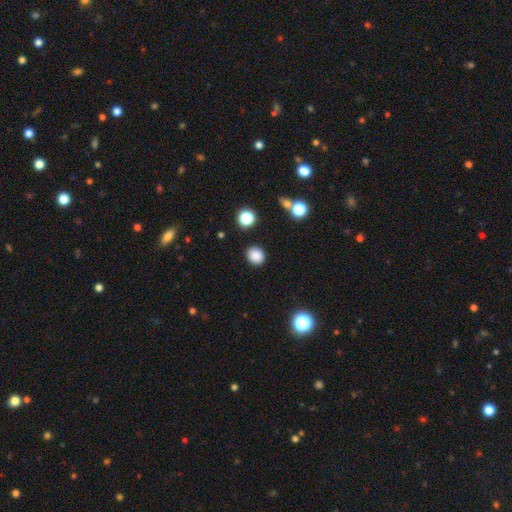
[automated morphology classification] smooth 86%, star or artifact 11%, featured or disk 4%. Down the decision tree: how rounded — round (72%); merging — none (88%).